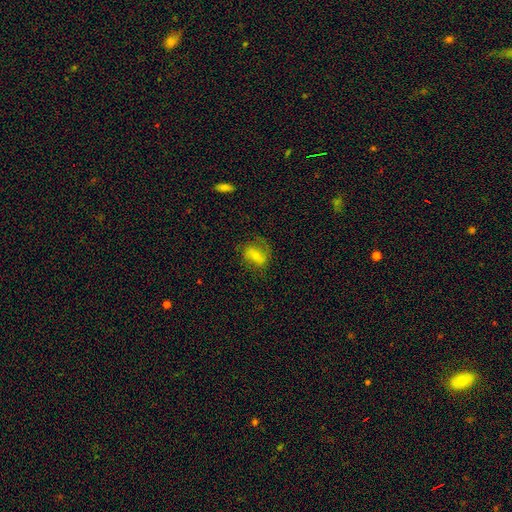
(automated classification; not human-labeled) smooth_or_featured: featured or disk (p=0.53) [alt: smooth p=0.36]
disk_edge_on: no (p=0.95) [alt: yes p=0.05]
bar: weak (p=0.40) [alt: no p=0.36]
has_spiral_arms: yes (p=0.81) [alt: no p=0.19]
bulge_size: small (p=0.49) [alt: moderate p=0.42]
merging: none (p=0.66) [alt: minor disturbance p=0.20]